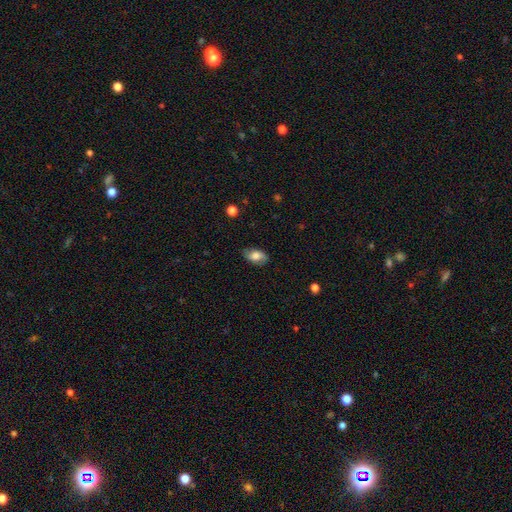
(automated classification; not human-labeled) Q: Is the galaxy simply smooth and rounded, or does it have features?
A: smooth — 67%.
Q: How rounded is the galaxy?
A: in between — 89%.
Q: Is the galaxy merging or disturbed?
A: none — 78%.